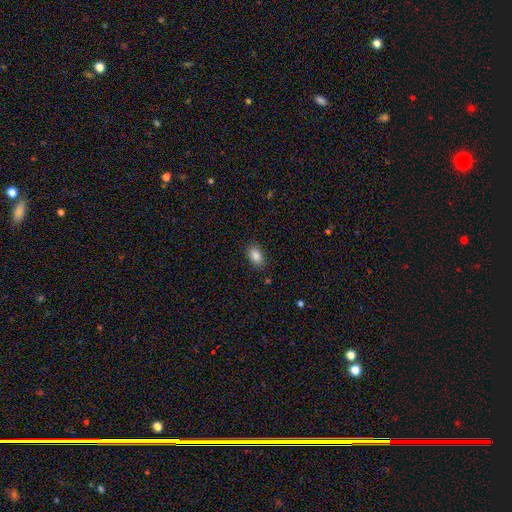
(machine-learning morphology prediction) smooth_or_featured: smooth (p=0.87) [alt: star or artifact p=0.08]
how_rounded: in between (p=0.90) [alt: round p=0.08]
merging: none (p=0.86) [alt: minor disturbance p=0.11]